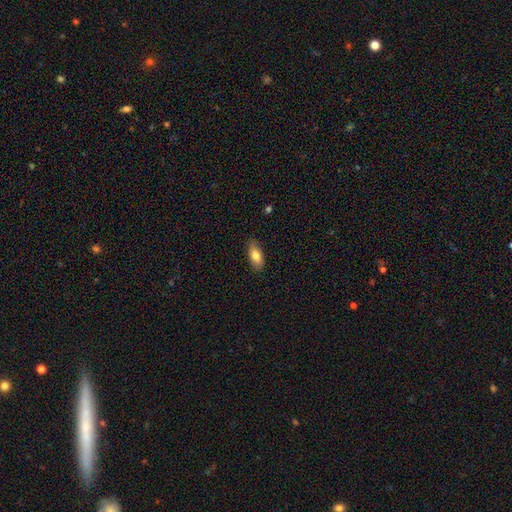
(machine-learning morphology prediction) Smooth or featured?
  - smooth: 78% *
  - featured or disk: 15%
  - star or artifact: 7%
How rounded?
  - in between: 85% *
  - cigar-shaped: 12%
  - round: 3%
Merging?
  - none: 85% *
  - minor disturbance: 12%
  - major disturbance: 2%
  - merger: 1%